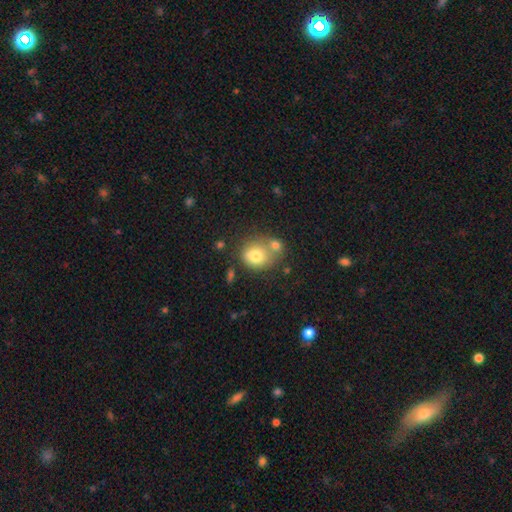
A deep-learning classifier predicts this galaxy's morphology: smooth-or-featured: smooth: 76% | featured or disk: 14% | star or artifact: 10%
  how-rounded: round: 71% | in between: 28% | cigar-shaped: 1%
  merging: none: 42% | merger: 39% | minor disturbance: 14% | major disturbance: 5%